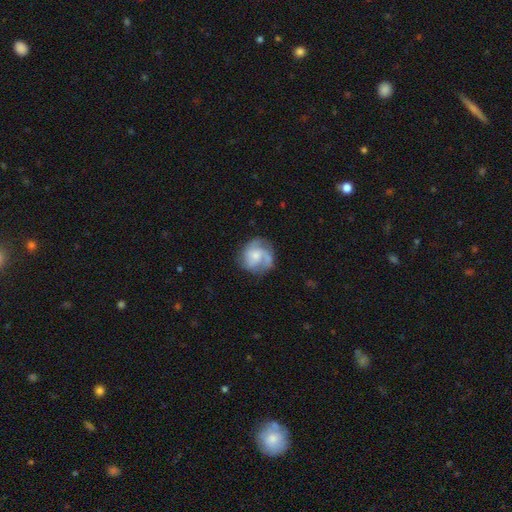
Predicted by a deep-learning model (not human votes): Smooth or featured?
  - featured or disk: 65% *
  - smooth: 28%
  - star or artifact: 7%
Edge-on disk?
  - no: 98% *
  - yes: 2%
Bar?
  - no: 70% *
  - weak: 26%
  - strong: 4%
Spiral arms?
  - yes: 89% *
  - no: 11%
Spiral winding?
  - medium: 46% *
  - tight: 32%
  - loose: 23%
Spiral arm count?
  - 3: 39% *
  - 2: 28%
  - can't tell: 16%
  - 1: 8%
  - 4: 5%
  - more than 4: 3%
Bulge size?
  - small: 48% *
  - moderate: 37%
  - none: 8%
  - large: 5%
  - dominant: 1%
Merging?
  - none: 64% *
  - minor disturbance: 21%
  - major disturbance: 13%
  - merger: 2%